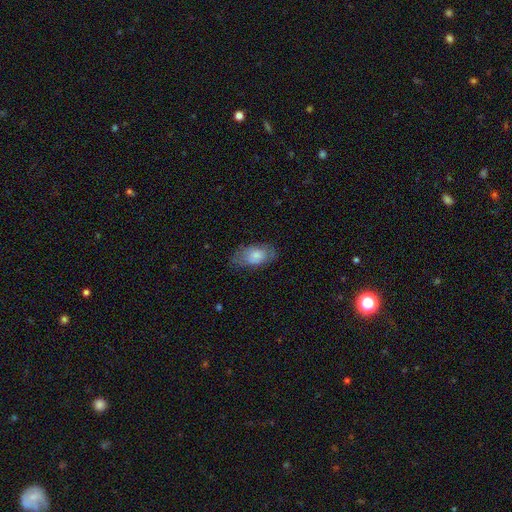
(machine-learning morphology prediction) smooth 73%, featured or disk 20%, star or artifact 7%. Down the decision tree: how rounded — in between (91%); merging — none (60%).